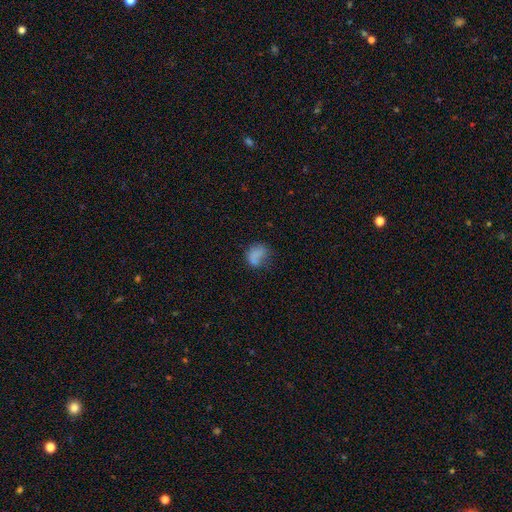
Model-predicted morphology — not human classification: smooth-or-featured: smooth: 70% | featured or disk: 17% | star or artifact: 12%
  how-rounded: in between: 59% | round: 39% | cigar-shaped: 2%
  merging: none: 42% | minor disturbance: 29% | major disturbance: 23% | merger: 6%